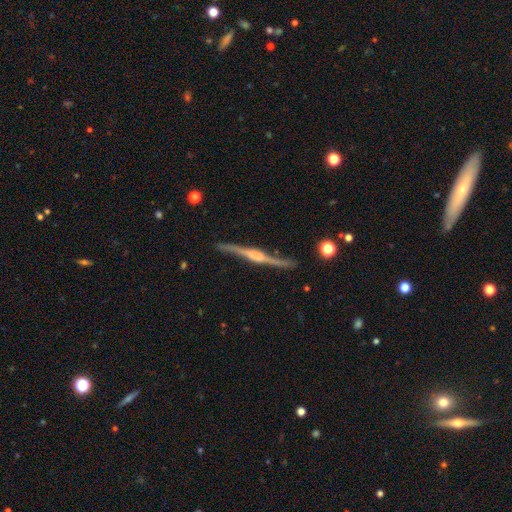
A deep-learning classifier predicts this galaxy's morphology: A featured or disk galaxy (84%) viewed edge-on (96%) with a rounded central bulge (59%). Merging: none (81%).